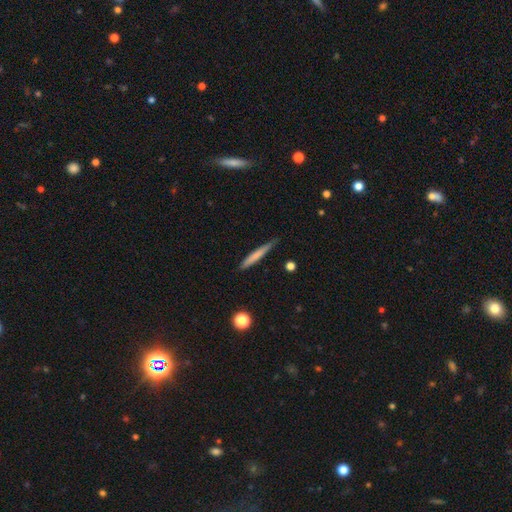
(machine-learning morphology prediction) smooth_or_featured: smooth (p=0.66) [alt: featured or disk p=0.28]
how_rounded: cigar-shaped (p=0.95) [alt: in between p=0.03]
merging: none (p=0.80) [alt: minor disturbance p=0.16]